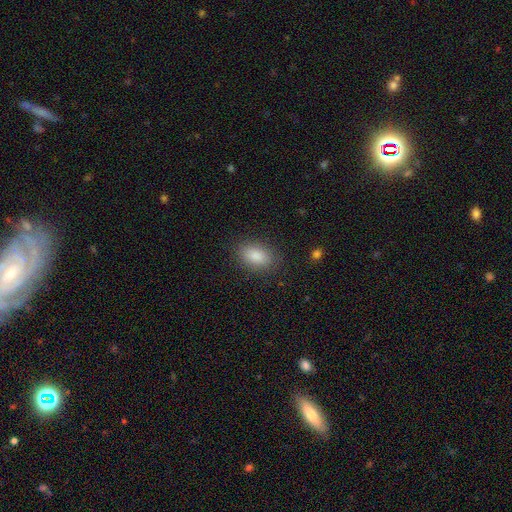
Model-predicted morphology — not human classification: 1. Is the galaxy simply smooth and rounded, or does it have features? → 86% smooth, 8% star or artifact, 6% featured or disk.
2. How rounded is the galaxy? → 90% in between, 6% round, 3% cigar-shaped.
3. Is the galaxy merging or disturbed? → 88% none, 9% minor disturbance, 3% major disturbance, 1% merger.